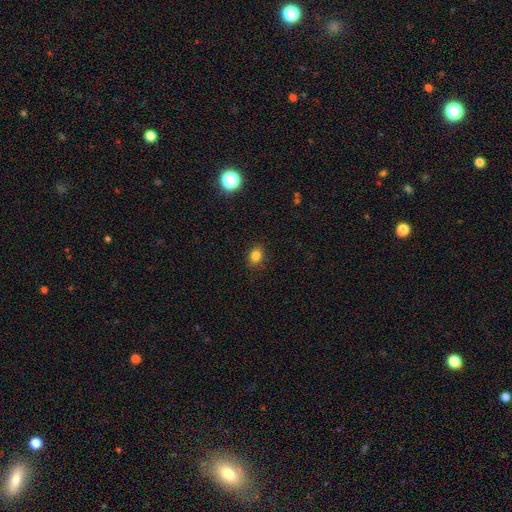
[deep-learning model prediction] A smooth galaxy with no disk features (82%) that is in between round and cigar-shaped (51%).

Vote fractions:
- Smooth or featured? smooth: 82% / star or artifact: 12% / featured or disk: 5%
- How rounded? in between: 51% / round: 48% / cigar-shaped: 1%
- Merging? none: 87% / minor disturbance: 10% / major disturbance: 2% / merger: 1%